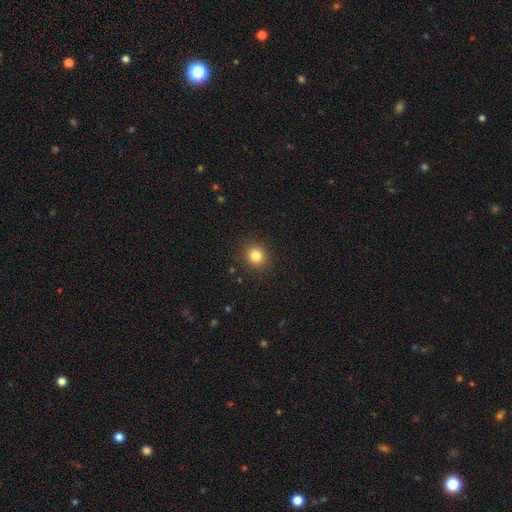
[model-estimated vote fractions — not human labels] A smooth galaxy with no disk features (83%) that is round (84%).

Vote fractions:
- Smooth or featured? smooth: 83% / star or artifact: 12% / featured or disk: 6%
- How rounded? round: 84% / in between: 15% / cigar-shaped: 1%
- Merging? none: 90% / minor disturbance: 7% / major disturbance: 2% / merger: 1%